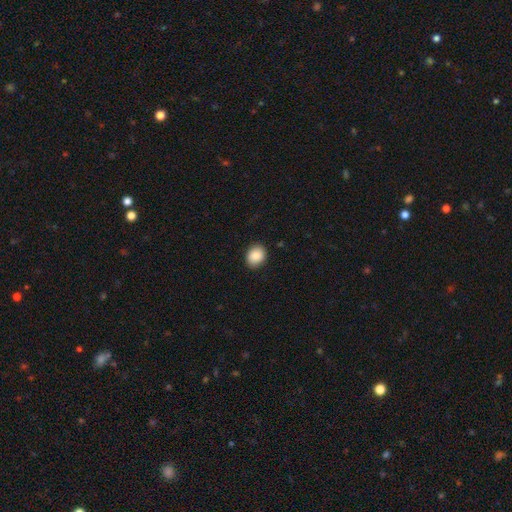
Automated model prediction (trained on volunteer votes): The model was most divided on "how rounded": in between: 51%, round: 48%, cigar-shaped: 1%. More confident: merging — none (89%); smooth or featured — smooth (86%).